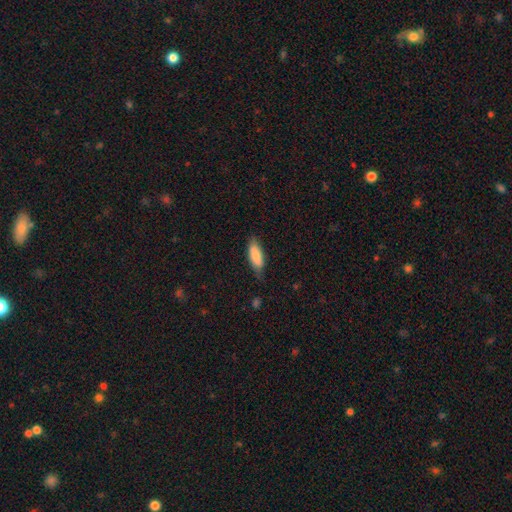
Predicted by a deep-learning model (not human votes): smooth-or-featured: smooth: 79% | featured or disk: 15% | star or artifact: 6%
  how-rounded: in between: 69% | cigar-shaped: 29% | round: 2%
  merging: none: 70% | minor disturbance: 25% | major disturbance: 4% | merger: 1%